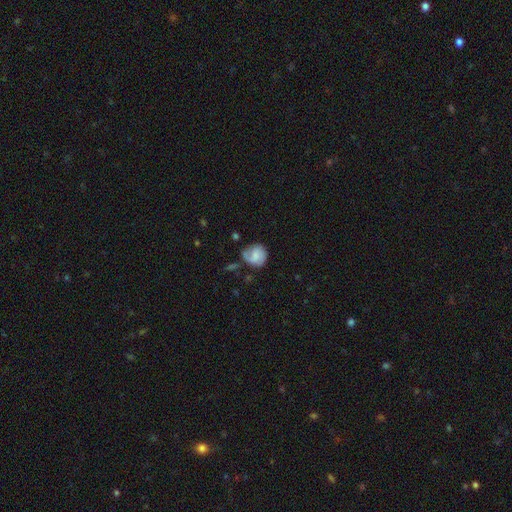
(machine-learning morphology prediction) This appears to be a smooth galaxy with no disk features (54%) that is round (76%). Merging: none (50%).